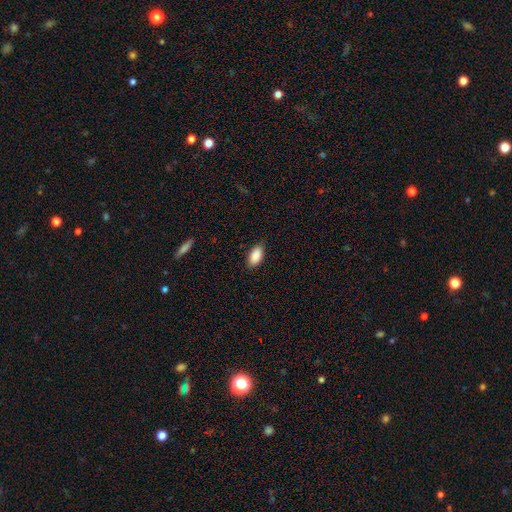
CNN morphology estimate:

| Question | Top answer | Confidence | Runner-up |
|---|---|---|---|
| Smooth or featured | smooth | 90% | star or artifact (6%) |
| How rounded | in between | 94% | cigar-shaped (3%) |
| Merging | none | 85% | minor disturbance (11%) |